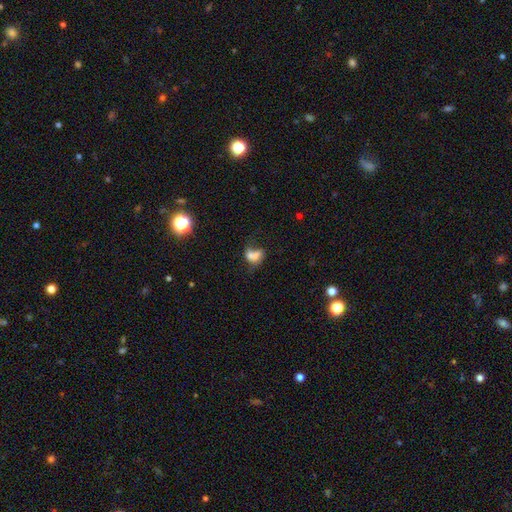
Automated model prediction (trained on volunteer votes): Smooth or featured?
  - smooth: 61% *
  - featured or disk: 25%
  - star or artifact: 14%
How rounded?
  - in between: 69% *
  - round: 29%
  - cigar-shaped: 3%
Merging?
  - merger: 43% *
  - major disturbance: 22%
  - none: 20%
  - minor disturbance: 14%